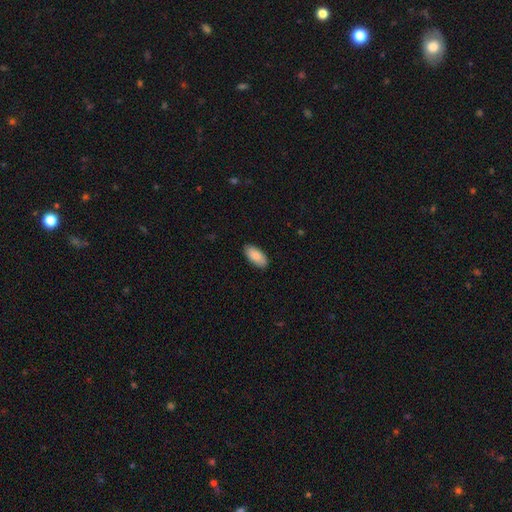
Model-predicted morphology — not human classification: type=smooth (87%); roundness=in between (92%); merging=none (89%).